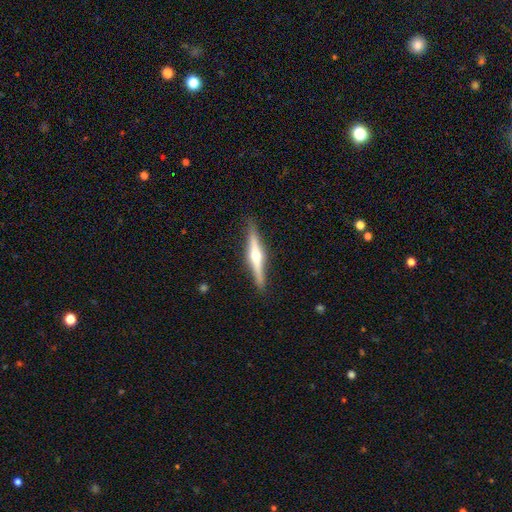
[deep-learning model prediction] smooth_or_featured: featured or disk (p=0.71) [alt: smooth p=0.23]
disk_edge_on: yes (p=0.97) [alt: no p=0.03]
edge_on_bulge: rounded (p=0.92) [alt: none p=0.05]
merging: none (p=0.89) [alt: minor disturbance p=0.08]